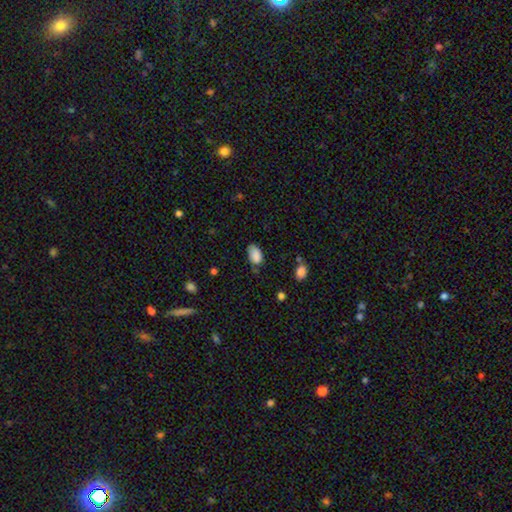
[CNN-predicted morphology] smooth_or_featured: smooth (p=0.86) [alt: star or artifact p=0.08]
how_rounded: in between (p=0.93) [alt: round p=0.06]
merging: none (p=0.58) [alt: minor disturbance p=0.31]